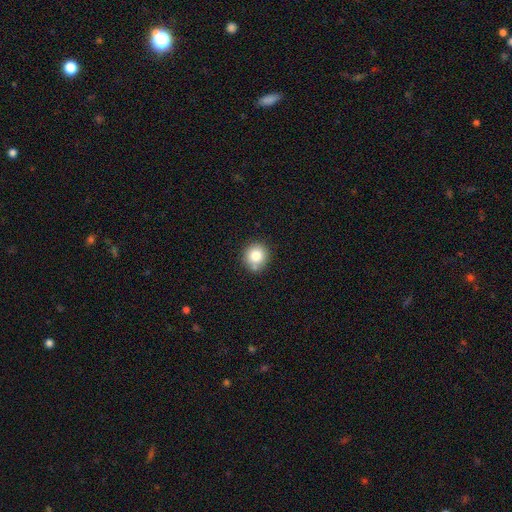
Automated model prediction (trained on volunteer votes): Overall: smooth (81%). How rounded: round (91%). Merging: none (78%).